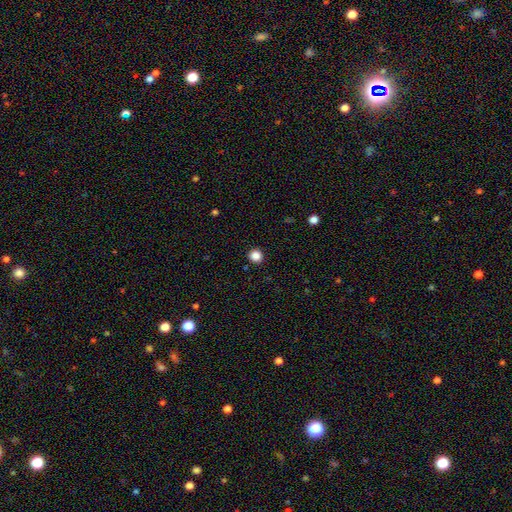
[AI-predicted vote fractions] This appears to be a smooth galaxy with no disk features (85%) that is round (93%). Merging: none (93%).